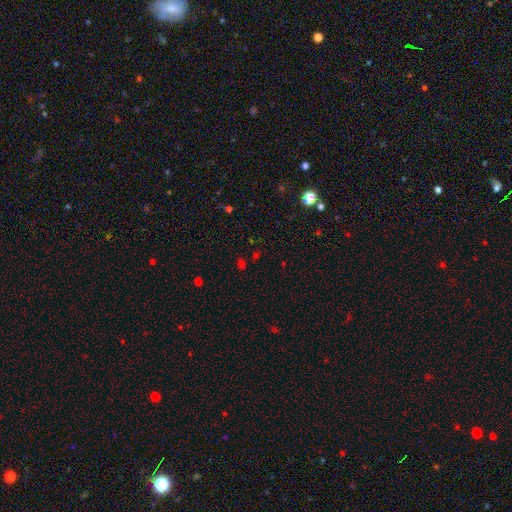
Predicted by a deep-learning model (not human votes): This appears to be a star or artifact, not a galaxy (53%).